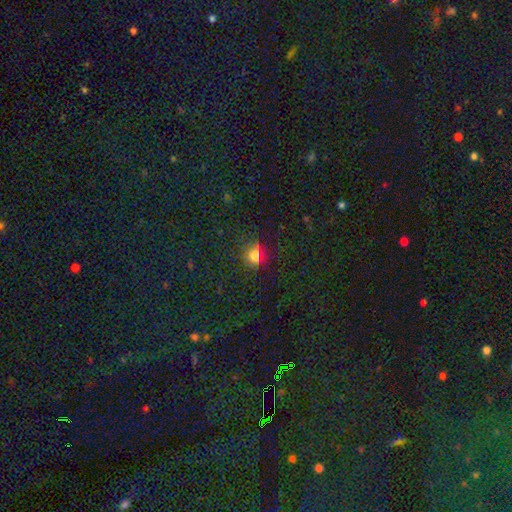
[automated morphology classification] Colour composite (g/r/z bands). It shows a smooth galaxy with no disk features (69%) that is round (79%). Merging: none (79%).